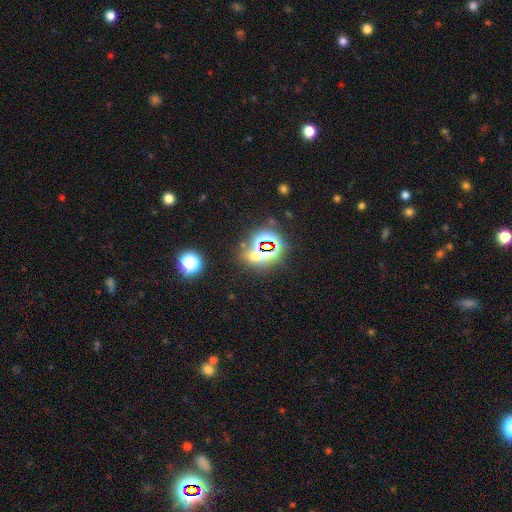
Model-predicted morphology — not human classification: type=star or artifact (64%).